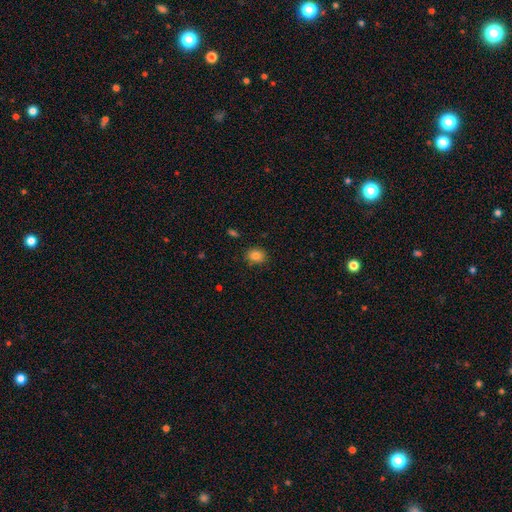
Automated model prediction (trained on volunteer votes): smooth-or-featured: smooth: 83% | star or artifact: 11% | featured or disk: 6%
  how-rounded: round: 55% | in between: 44% | cigar-shaped: 1%
  merging: none: 85% | minor disturbance: 11% | major disturbance: 3% | merger: 2%